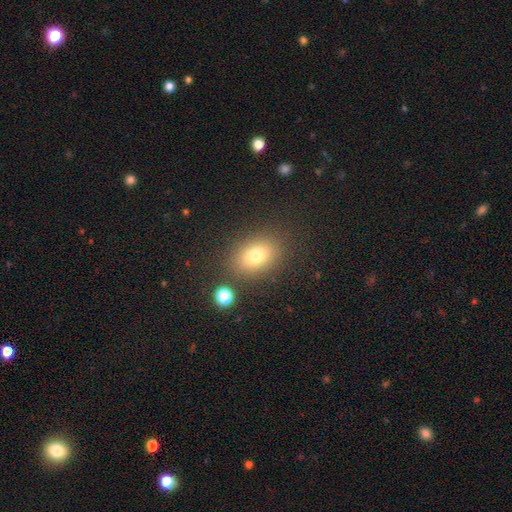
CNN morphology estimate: A smooth galaxy with no disk features (77%) that is in between round and cigar-shaped (73%).

Vote fractions:
- Smooth or featured? smooth: 77% / star or artifact: 13% / featured or disk: 10%
- How rounded? in between: 73% / round: 26% / cigar-shaped: 2%
- Merging? none: 82% / minor disturbance: 10% / merger: 4% / major disturbance: 4%